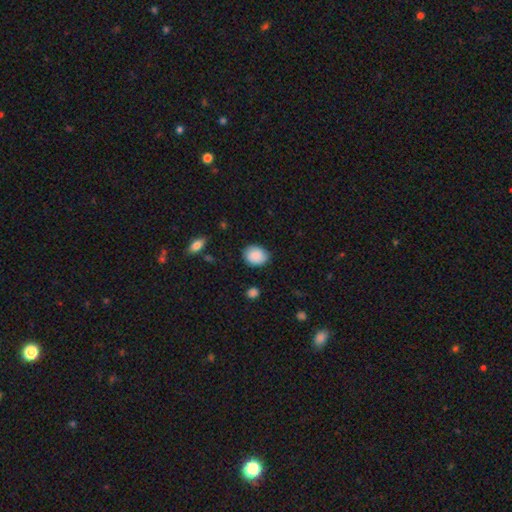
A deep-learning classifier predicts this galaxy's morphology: Overall: smooth (89%). How rounded: round (50%; in between 49%). Merging: none (82%).